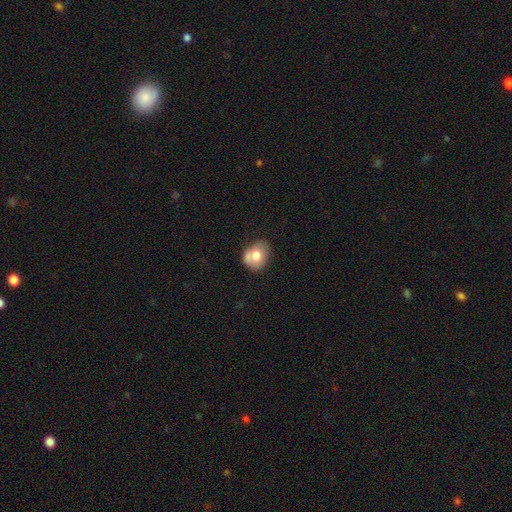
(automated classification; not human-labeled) A smooth galaxy with no disk features (73%) that is in between round and cigar-shaped (51%). Merging: none (46%).